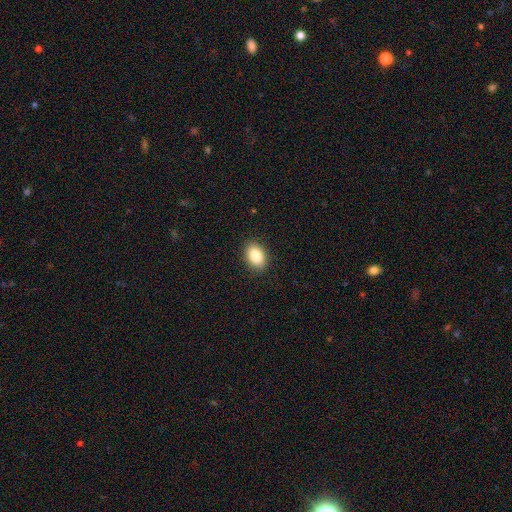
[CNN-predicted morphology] Smooth or featured?
  - smooth: 86% *
  - star or artifact: 8%
  - featured or disk: 6%
How rounded?
  - in between: 84% *
  - round: 14%
  - cigar-shaped: 1%
Merging?
  - none: 89% *
  - minor disturbance: 8%
  - major disturbance: 2%
  - merger: 1%